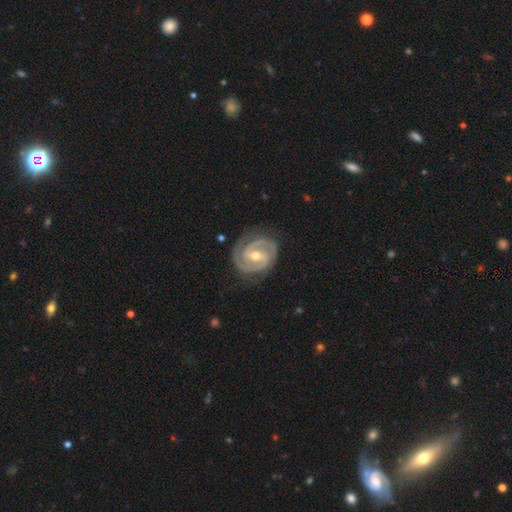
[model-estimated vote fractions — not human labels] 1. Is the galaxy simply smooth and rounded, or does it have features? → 93% featured or disk, 4% smooth, 4% star or artifact.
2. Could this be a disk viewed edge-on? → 98% no, 2% yes.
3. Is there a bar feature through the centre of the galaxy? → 46% weak, 31% strong, 23% no.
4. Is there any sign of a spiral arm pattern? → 98% yes, 2% no.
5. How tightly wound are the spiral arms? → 72% tight, 26% medium, 3% loose.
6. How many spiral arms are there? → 86% 2, 7% 3, 3% can't tell, 1% 1, 1% 4, 1% more than 4.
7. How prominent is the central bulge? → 62% moderate, 34% small, 2% large, 1% none, 1% dominant.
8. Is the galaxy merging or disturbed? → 82% none, 13% minor disturbance, 3% major disturbance, 1% merger.